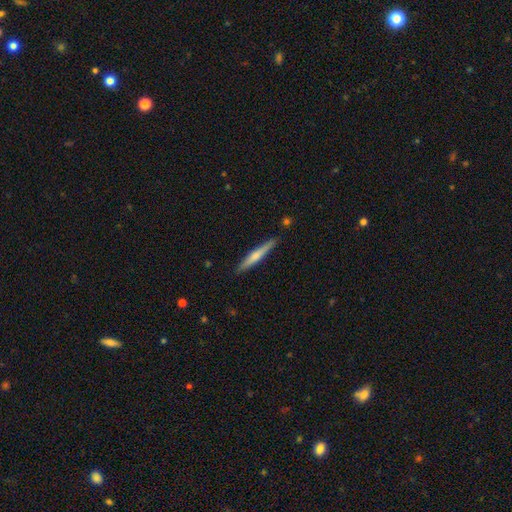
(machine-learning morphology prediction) The model was most divided on "smooth or featured": smooth: 49%, featured or disk: 45%, star or artifact: 5%. More confident: merging — none (89%).